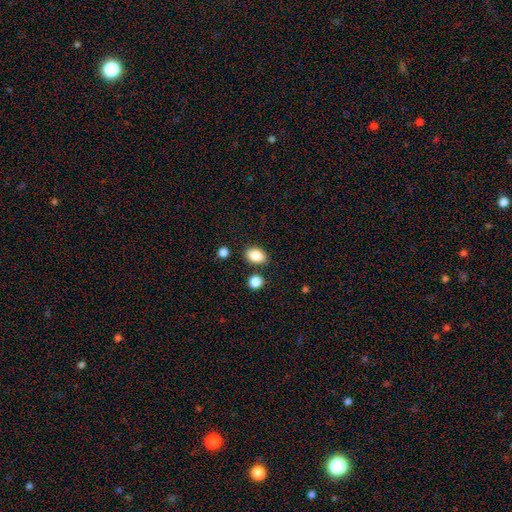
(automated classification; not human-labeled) smooth_or_featured: smooth (p=0.86) [alt: star or artifact p=0.09]
how_rounded: in between (p=0.78) [alt: round p=0.21]
merging: none (p=0.82) [alt: minor disturbance p=0.10]